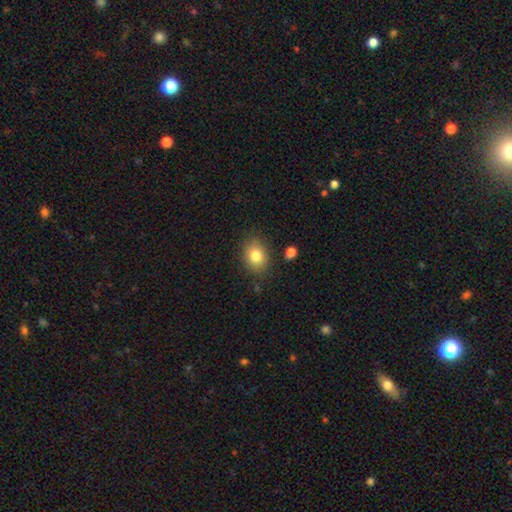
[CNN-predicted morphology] This is clearly a smooth galaxy (82%). How rounded: possibly in between (56%). Merging: clearly none (83%).